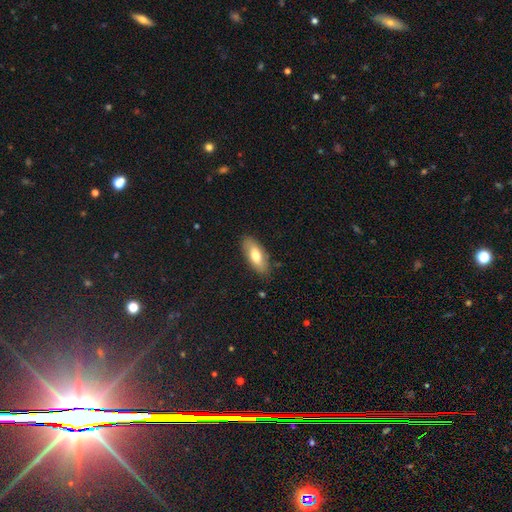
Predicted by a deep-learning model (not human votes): The model was most divided on "smooth or featured": smooth: 71%, featured or disk: 23%, star or artifact: 6%. More confident: merging — none (84%); how rounded — in between (83%).